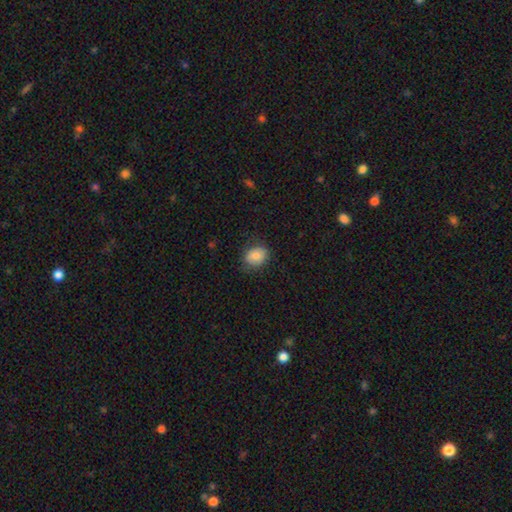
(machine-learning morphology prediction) smooth-or-featured: smooth: 83% | featured or disk: 9% | star or artifact: 8%
  how-rounded: in between: 54% | round: 45% | cigar-shaped: 1%
  merging: none: 76% | minor disturbance: 18% | major disturbance: 5% | merger: 1%